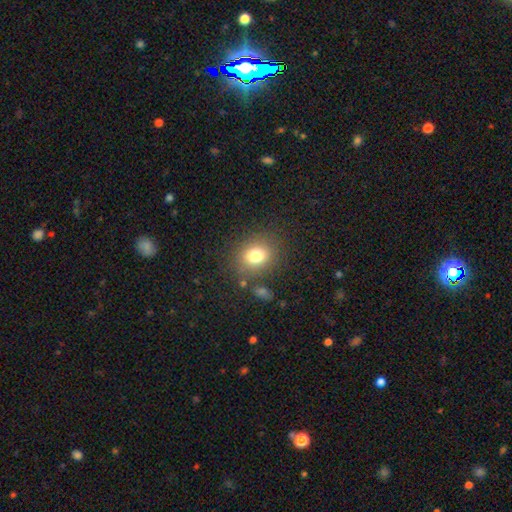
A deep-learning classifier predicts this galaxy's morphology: Smooth or featured? smooth (78%)
How rounded? round (57%)
Merging? none (79%)